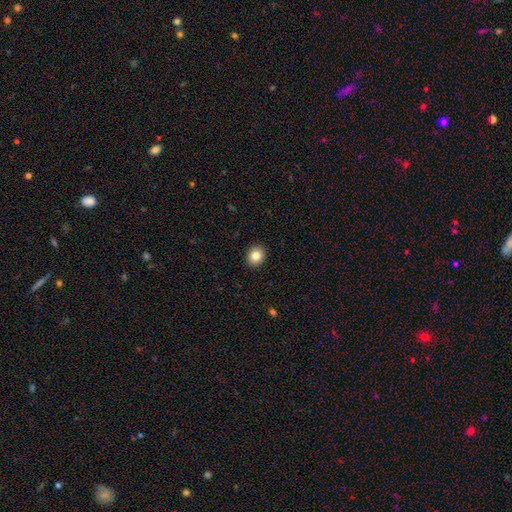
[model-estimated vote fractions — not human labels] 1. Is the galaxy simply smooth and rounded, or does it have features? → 83% smooth, 10% star or artifact, 7% featured or disk.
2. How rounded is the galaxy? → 68% round, 31% in between, 1% cigar-shaped.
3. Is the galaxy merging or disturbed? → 92% none, 5% minor disturbance, 2% major disturbance, 1% merger.